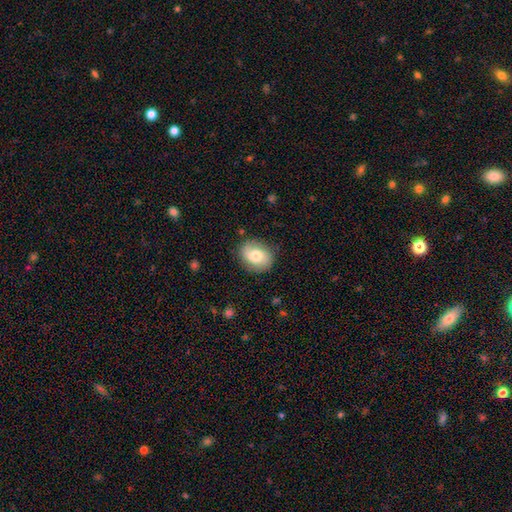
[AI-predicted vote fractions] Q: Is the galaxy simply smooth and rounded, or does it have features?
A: smooth — 64%.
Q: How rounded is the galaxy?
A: in between — 50%.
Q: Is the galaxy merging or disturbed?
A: none — 83%.